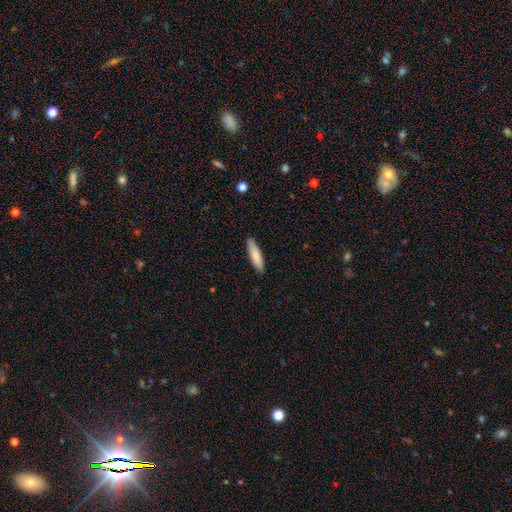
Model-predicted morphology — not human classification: Smooth or featured?
  - smooth: 84% *
  - featured or disk: 10%
  - star or artifact: 5%
How rounded?
  - cigar-shaped: 75% *
  - in between: 24%
  - round: 1%
Merging?
  - none: 90% *
  - minor disturbance: 8%
  - major disturbance: 2%
  - merger: 1%